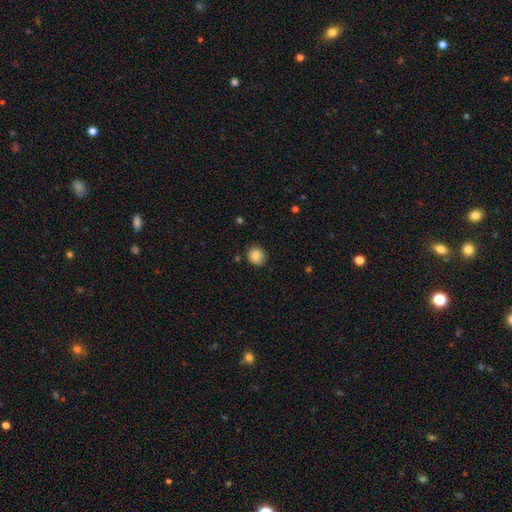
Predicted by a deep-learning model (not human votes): This appears to be a smooth galaxy with no disk features (84%) that is round (80%). Merging: none (87%).